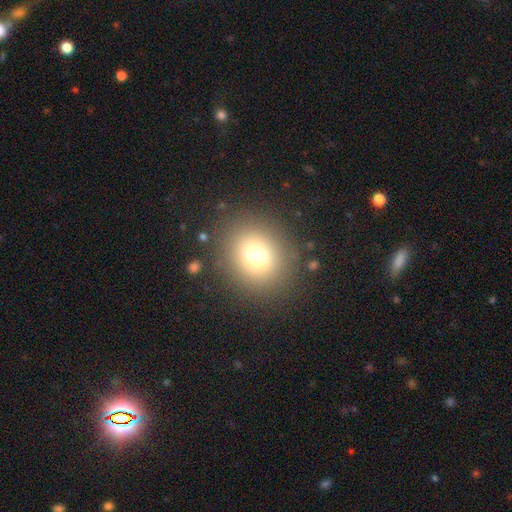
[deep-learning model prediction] smooth 73%, star or artifact 16%, featured or disk 11%. Down the decision tree: how rounded — round (78%); merging — none (86%).